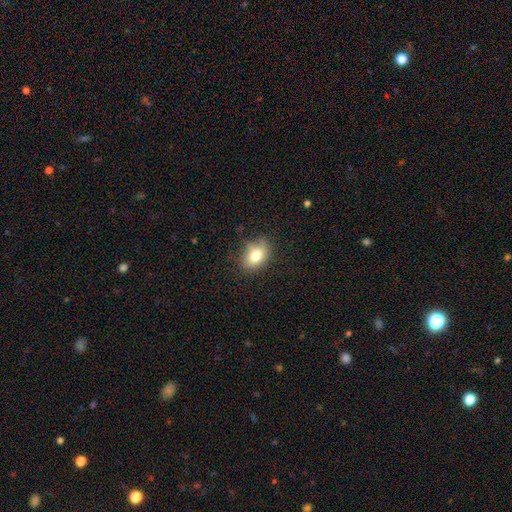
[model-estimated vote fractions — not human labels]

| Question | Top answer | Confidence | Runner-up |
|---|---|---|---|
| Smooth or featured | smooth | 77% | featured or disk (13%) |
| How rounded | in between | 74% | round (25%) |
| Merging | none | 69% | minor disturbance (23%) |